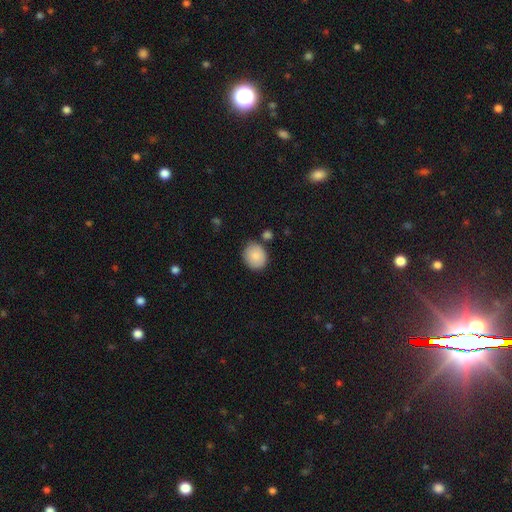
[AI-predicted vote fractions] Morphology: type=smooth (85%); roundness=round (63%); merging=none (77%).